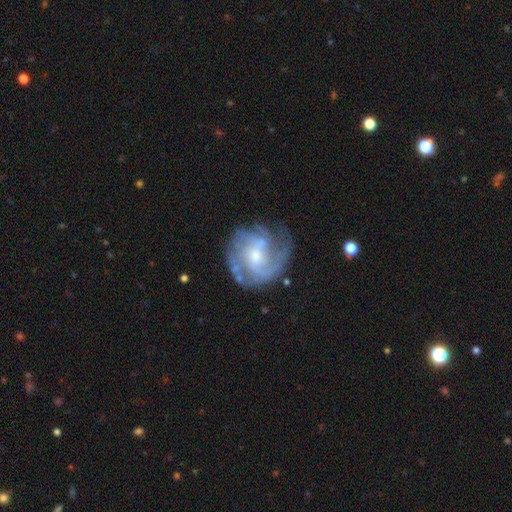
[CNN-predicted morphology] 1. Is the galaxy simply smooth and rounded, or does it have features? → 82% featured or disk, 11% smooth, 7% star or artifact.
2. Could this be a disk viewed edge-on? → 98% no, 2% yes.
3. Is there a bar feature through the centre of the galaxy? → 58% no, 36% weak, 6% strong.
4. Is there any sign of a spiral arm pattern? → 91% yes, 9% no.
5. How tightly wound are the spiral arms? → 43% tight, 40% medium, 17% loose.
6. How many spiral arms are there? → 32% can't tell, 25% 2, 21% 3, 9% 1, 9% 4, 5% more than 4.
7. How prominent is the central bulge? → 47% small, 45% moderate, 4% none, 4% large, 1% dominant.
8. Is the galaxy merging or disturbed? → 62% none, 20% minor disturbance, 14% major disturbance, 3% merger.